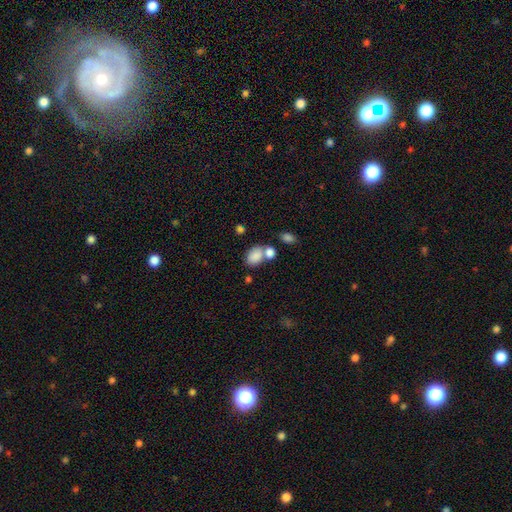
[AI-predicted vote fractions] Q: Smooth or featured?
A: smooth (83%); runner-up: star or artifact (8%)
Q: How rounded?
A: in between (78%); runner-up: round (21%)
Q: Merging?
A: merger (42%); runner-up: none (39%)